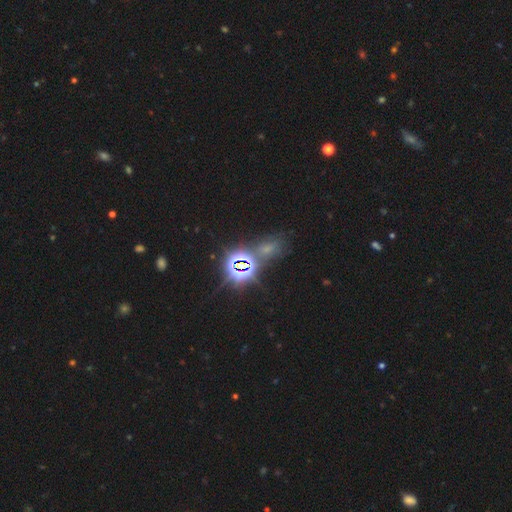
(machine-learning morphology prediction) type=star or artifact (65%).